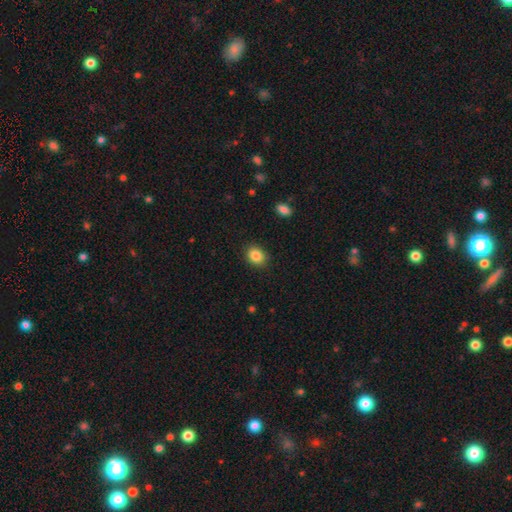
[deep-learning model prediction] Smooth or featured? Predicted: smooth (p=0.86). How rounded? Predicted: round (p=0.52). Merging? Predicted: none (p=0.88).